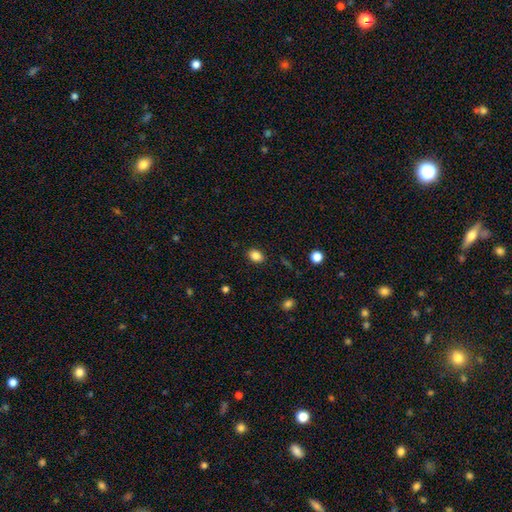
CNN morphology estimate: Overall: smooth (85%). How rounded: in between (67%; round 31%). Merging: none (88%).